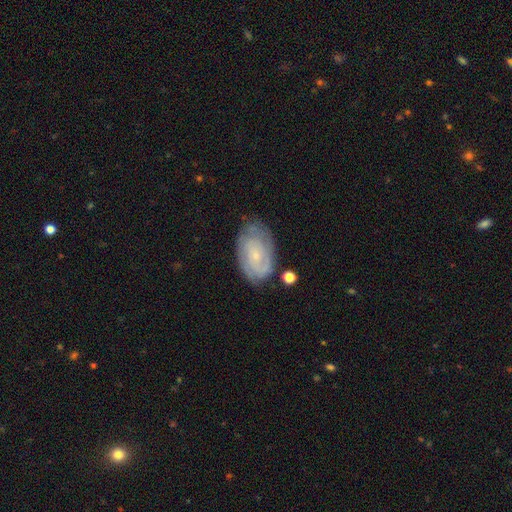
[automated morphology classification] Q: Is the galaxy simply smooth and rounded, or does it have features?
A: featured or disk — 68%.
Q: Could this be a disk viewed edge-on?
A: no — 96%.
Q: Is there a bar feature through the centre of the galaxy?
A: no — 73%.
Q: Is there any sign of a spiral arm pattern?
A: yes — 85%.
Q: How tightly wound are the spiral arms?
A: tight — 66%.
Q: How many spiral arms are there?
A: can't tell — 46%.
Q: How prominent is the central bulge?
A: small — 80%.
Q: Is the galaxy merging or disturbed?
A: none — 69%.